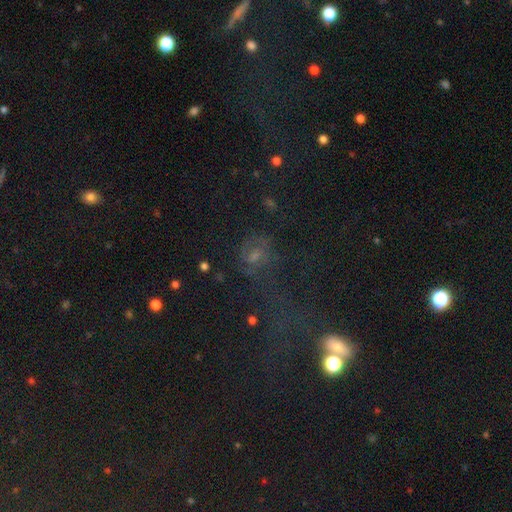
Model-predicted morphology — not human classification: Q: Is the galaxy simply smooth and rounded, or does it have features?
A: featured or disk — 35%.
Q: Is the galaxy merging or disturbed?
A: none — 53%.